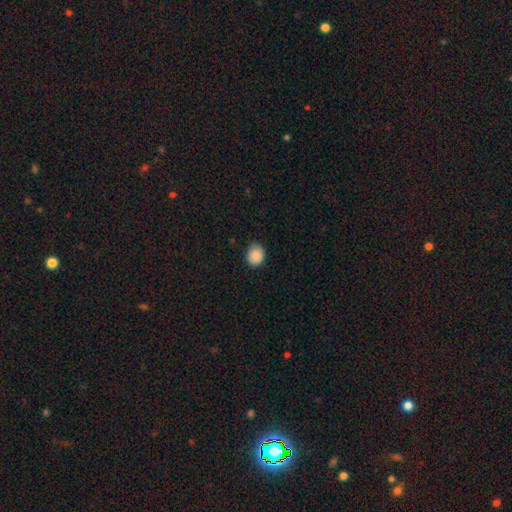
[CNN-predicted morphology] This appears to be a smooth galaxy with no disk features (88%) that is round (64%). Merging: none (79%).